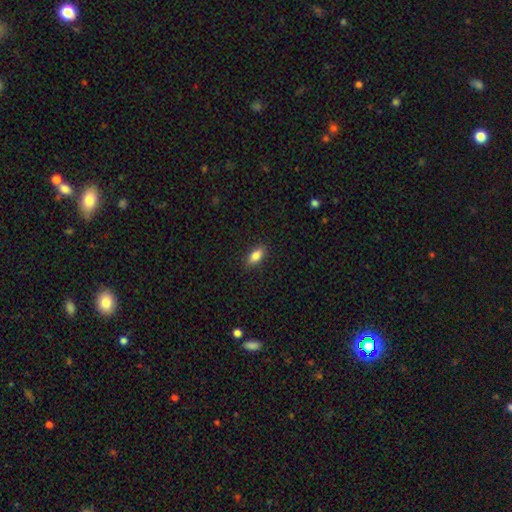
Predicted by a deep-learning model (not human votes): Smooth or featured?
  - smooth: 84% *
  - featured or disk: 9%
  - star or artifact: 8%
How rounded?
  - in between: 86% *
  - cigar-shaped: 11%
  - round: 4%
Merging?
  - none: 88% *
  - minor disturbance: 9%
  - major disturbance: 2%
  - merger: 1%